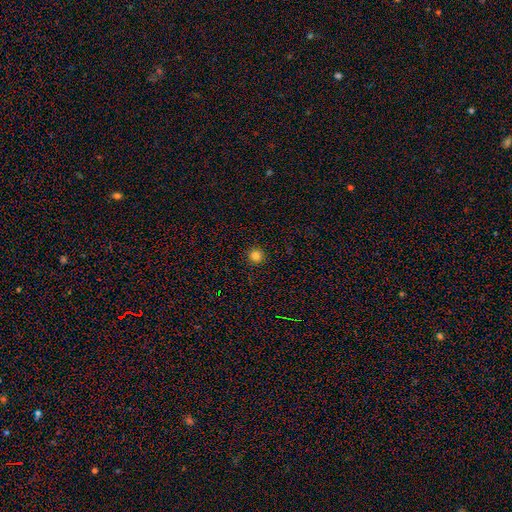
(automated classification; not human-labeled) Smooth or featured? smooth (82%)
How rounded? round (96%)
Merging? none (93%)